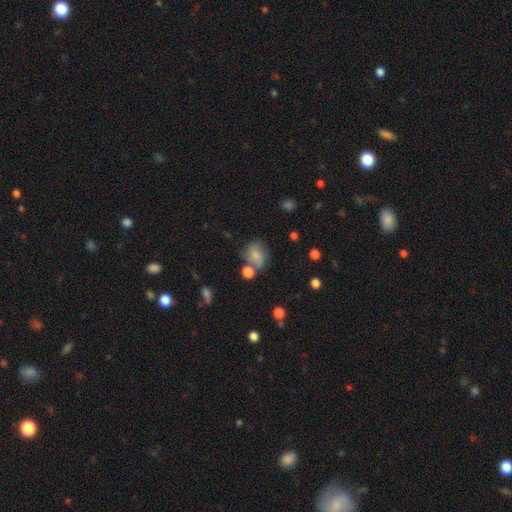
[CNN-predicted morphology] Smooth or featured? Predicted: smooth (p=0.69). How rounded? Predicted: in between (p=0.50). Merging? Predicted: none (p=0.49).